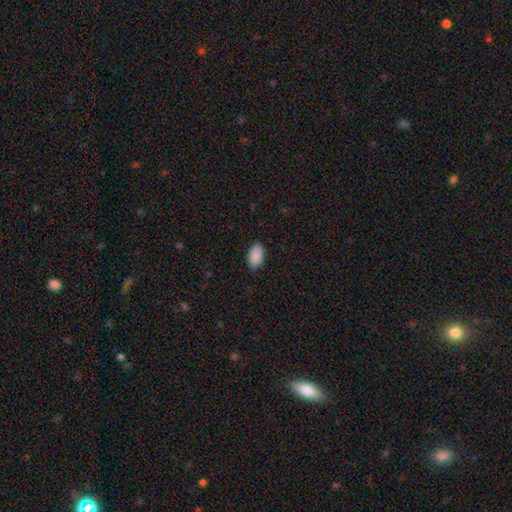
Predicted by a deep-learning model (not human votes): Q: Smooth or featured?
A: smooth (90%); runner-up: star or artifact (7%)
Q: How rounded?
A: in between (94%); runner-up: round (4%)
Q: Merging?
A: none (85%); runner-up: minor disturbance (12%)